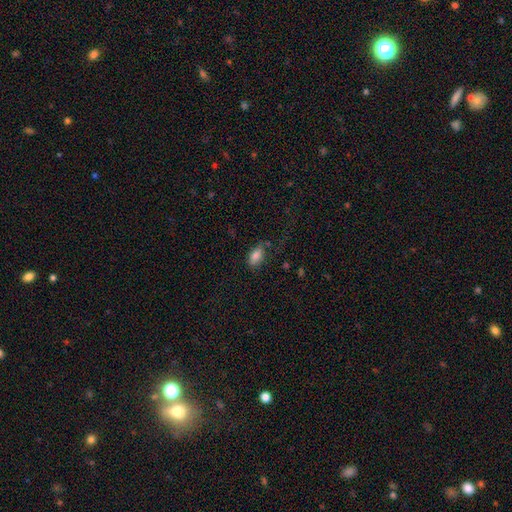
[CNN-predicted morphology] Q: Smooth or featured?
A: smooth (83%); runner-up: star or artifact (9%)
Q: How rounded?
A: in between (89%); runner-up: round (5%)
Q: Merging?
A: none (68%); runner-up: minor disturbance (21%)